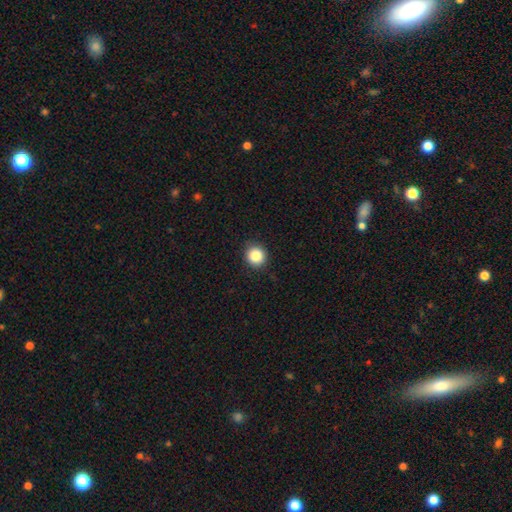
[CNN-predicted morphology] Smooth or featured? smooth (86%)
How rounded? round (91%)
Merging? none (91%)